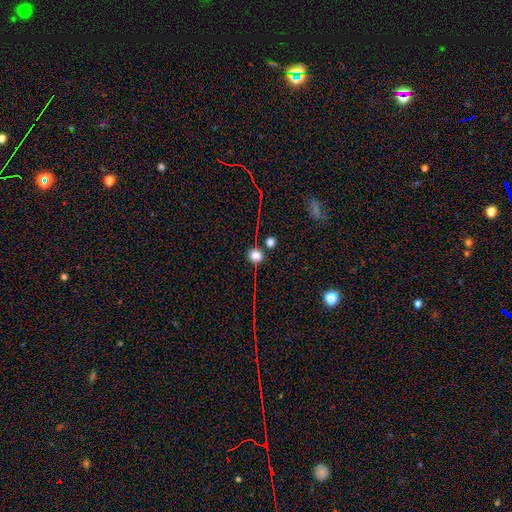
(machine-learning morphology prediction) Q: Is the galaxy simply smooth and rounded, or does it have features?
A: smooth — 69%.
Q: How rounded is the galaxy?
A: round — 77%.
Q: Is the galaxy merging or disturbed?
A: none — 77%.